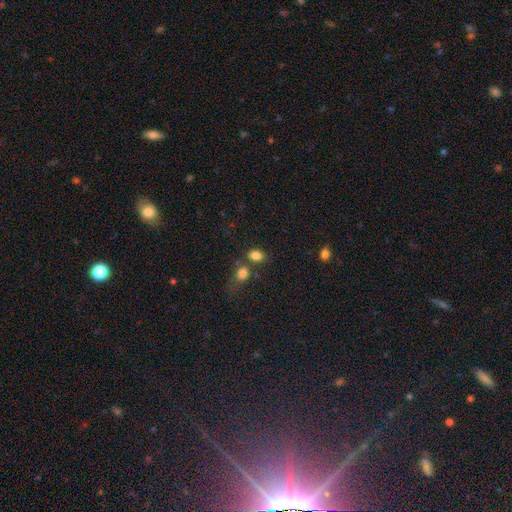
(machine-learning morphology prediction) This is clearly a smooth galaxy (83%). How rounded: likely in between (61%). Merging: possibly none (58%).